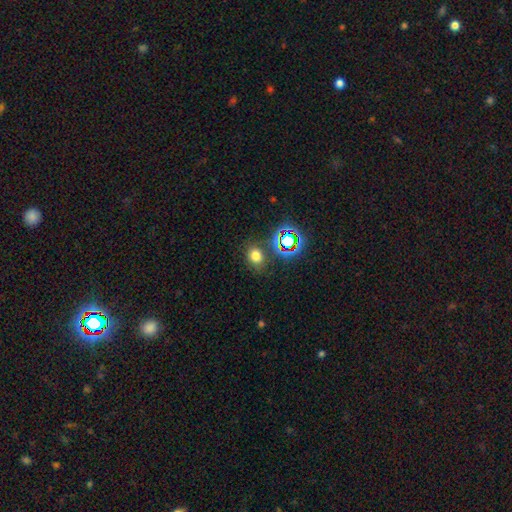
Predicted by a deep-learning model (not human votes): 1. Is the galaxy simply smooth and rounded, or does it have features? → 68% smooth, 24% star or artifact, 8% featured or disk.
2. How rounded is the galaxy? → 52% round, 47% in between, 1% cigar-shaped.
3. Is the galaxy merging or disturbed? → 79% none, 11% minor disturbance, 5% merger, 4% major disturbance.